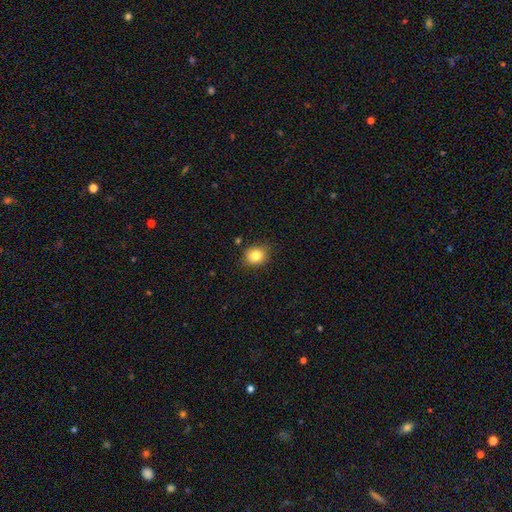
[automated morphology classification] Smooth or featured? Predicted: smooth (p=0.83). How rounded? Predicted: round (p=0.63). Merging? Predicted: none (p=0.84).